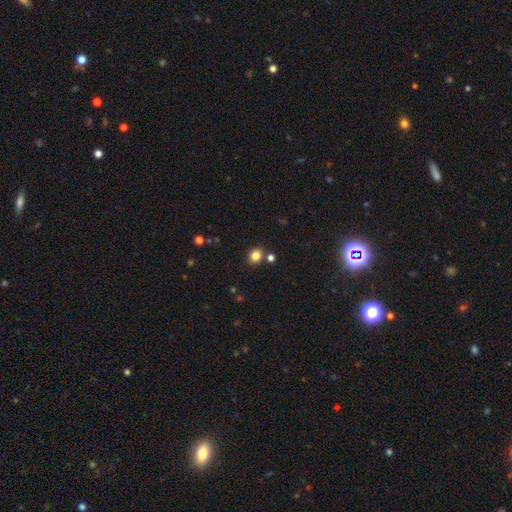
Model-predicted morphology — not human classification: This is clearly a smooth galaxy (82%). How rounded: likely round (78%). Merging: clearly none (81%).